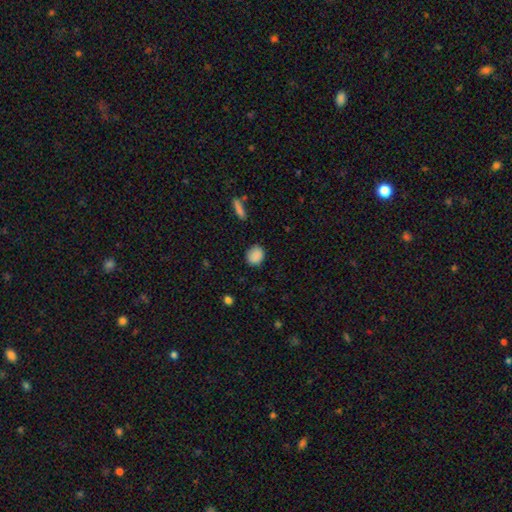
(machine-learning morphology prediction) smooth 88%, star or artifact 8%, featured or disk 4%. Down the decision tree: how rounded — round (70%); merging — none (84%).